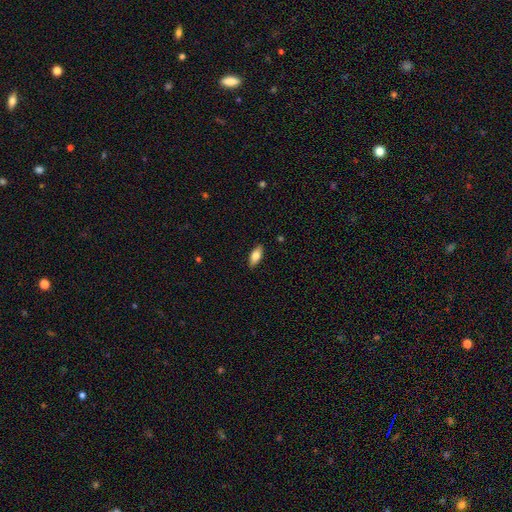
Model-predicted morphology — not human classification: This appears to be a smooth galaxy with no disk features (74%) that is in between round and cigar-shaped (82%). Merging: none (89%).